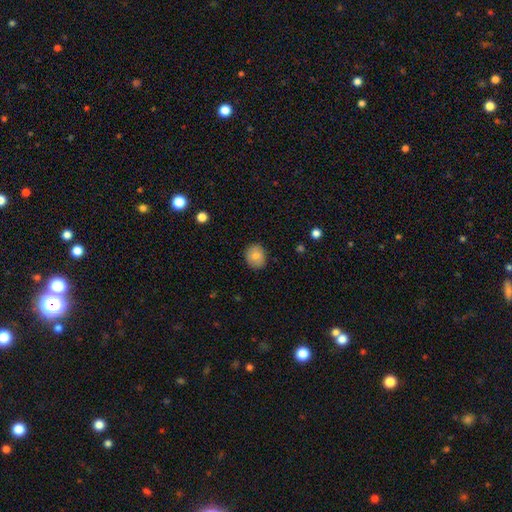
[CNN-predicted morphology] type=smooth (79%); roundness=round (71%); merging=none (86%).